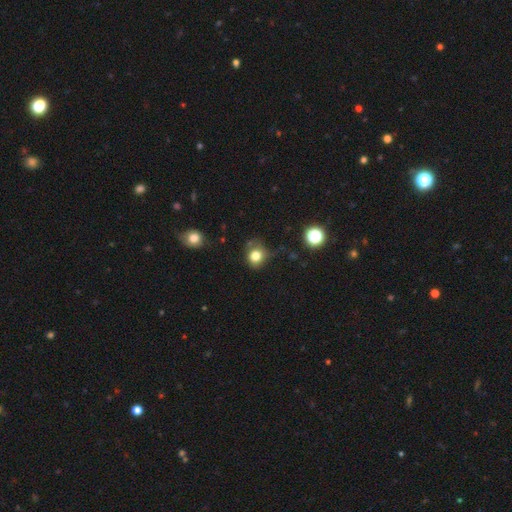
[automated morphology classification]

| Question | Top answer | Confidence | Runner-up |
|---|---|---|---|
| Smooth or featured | smooth | 80% | star or artifact (13%) |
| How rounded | round | 78% | in between (21%) |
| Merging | none | 64% | minor disturbance (25%) |